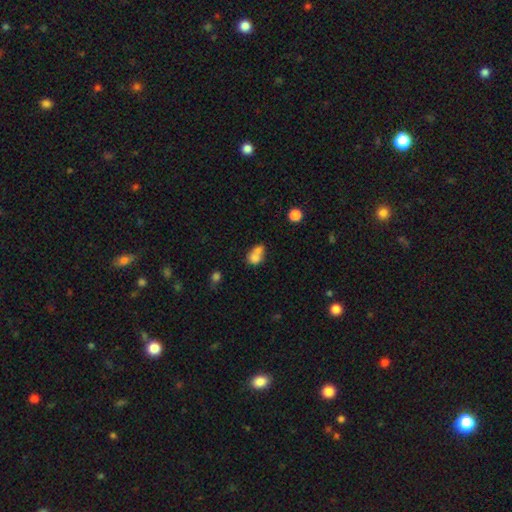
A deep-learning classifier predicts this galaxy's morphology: Smooth or featured?
  - smooth: 72% *
  - featured or disk: 18%
  - star or artifact: 11%
How rounded?
  - round: 55% *
  - in between: 44%
  - cigar-shaped: 1%
Merging?
  - merger: 63% *
  - none: 24%
  - minor disturbance: 8%
  - major disturbance: 5%